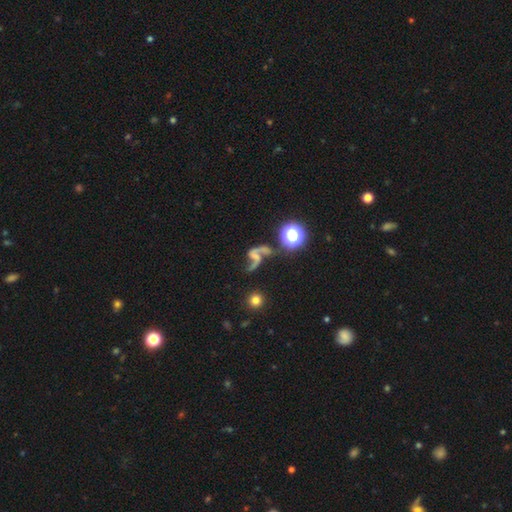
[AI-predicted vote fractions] A featured or disk galaxy (79%) with no bar (46%), 2 (88%) loose (86%) spiral arms (94%) and no central bulge (49%). Merging: none (48%).